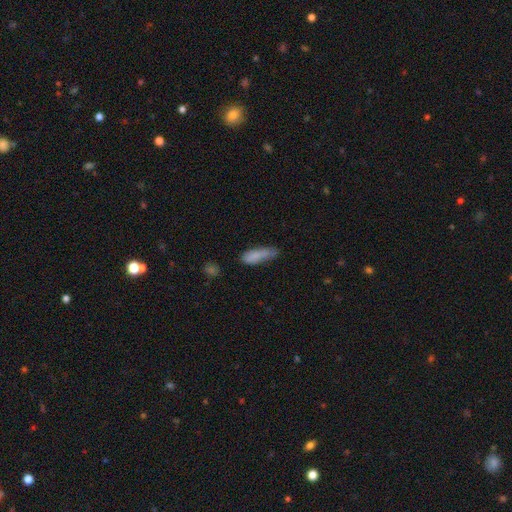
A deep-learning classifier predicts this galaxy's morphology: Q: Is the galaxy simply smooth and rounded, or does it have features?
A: smooth — 81%.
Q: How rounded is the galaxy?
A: cigar-shaped — 54%.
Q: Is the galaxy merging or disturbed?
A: none — 51%.